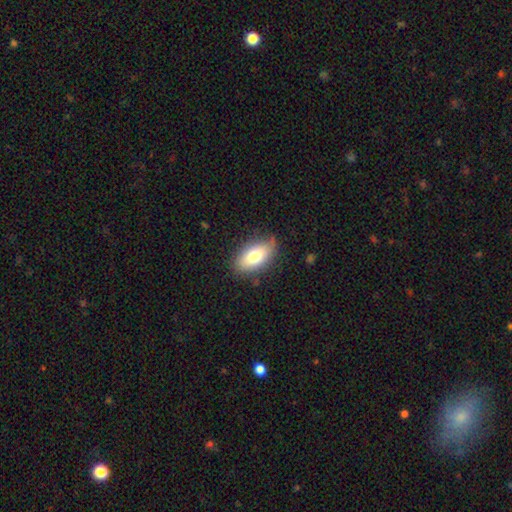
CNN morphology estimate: smooth 75%, featured or disk 17%, star or artifact 7%. Down the decision tree: how rounded — in between (90%); merging — none (80%).